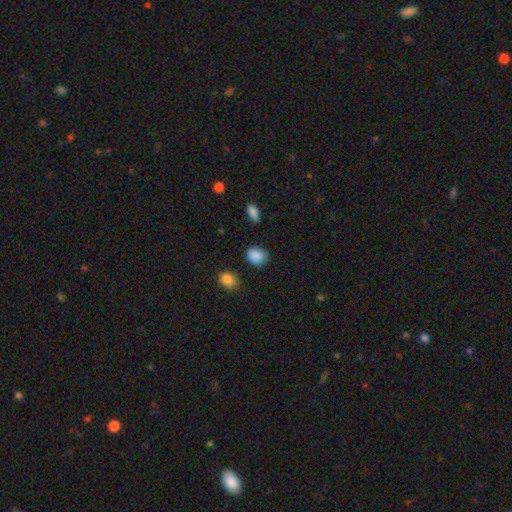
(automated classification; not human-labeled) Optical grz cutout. It shows a smooth galaxy with no disk features (88%) that is round (57%). Merging: none (79%).